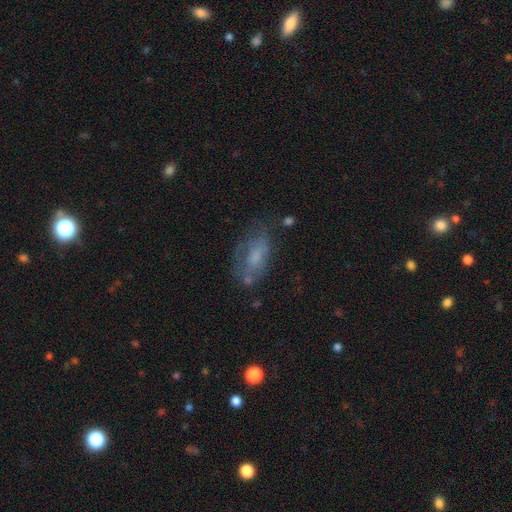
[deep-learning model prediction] A smooth galaxy with no disk features (49%). Merging: none (49%).